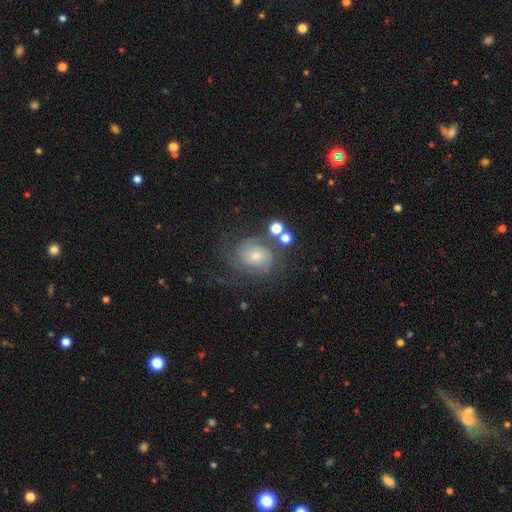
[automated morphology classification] A featured or disk galaxy (68%) with no bar (68%), 2 (38%) tight (57%) spiral arms (90%) and a small central bulge (59%). Merging: none (63%).